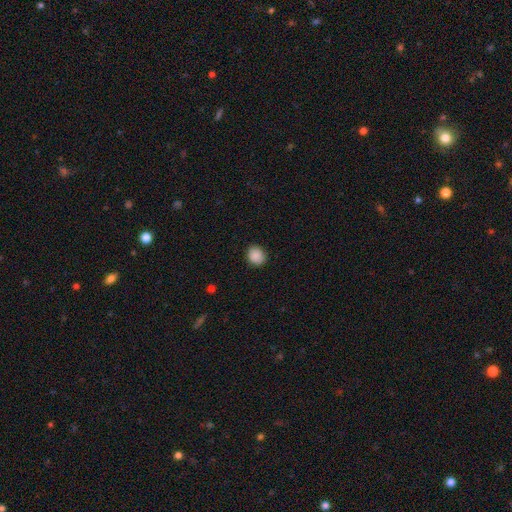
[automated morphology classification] Smooth or featured: smooth — 89% (star or artifact — 8%)
How rounded: round — 72% (in between — 27%)
Merging: none — 87% (minor disturbance — 9%)